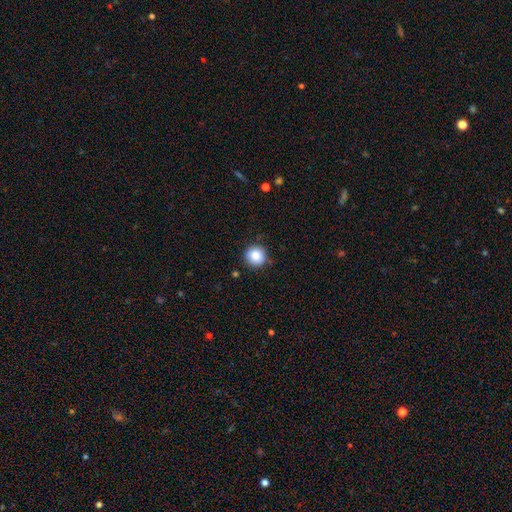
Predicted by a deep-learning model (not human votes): Smooth or featured: smooth — 85% (star or artifact — 10%)
How rounded: round — 94% (in between — 5%)
Merging: none — 88% (minor disturbance — 9%)